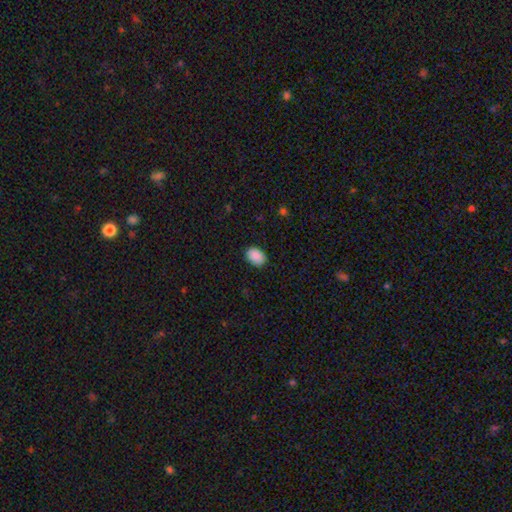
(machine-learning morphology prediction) Q: Smooth or featured?
A: smooth (90%); runner-up: star or artifact (7%)
Q: How rounded?
A: in between (79%); runner-up: round (20%)
Q: Merging?
A: none (88%); runner-up: minor disturbance (9%)